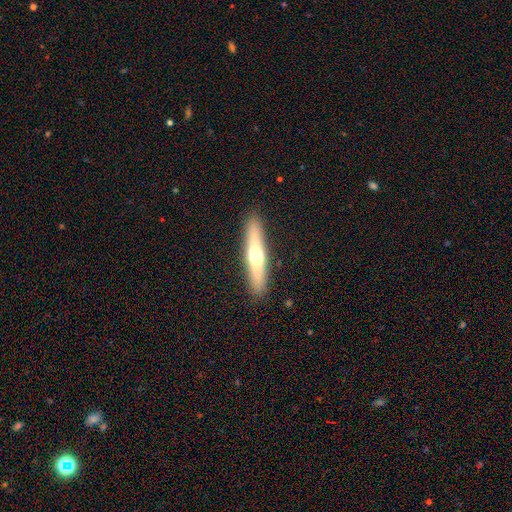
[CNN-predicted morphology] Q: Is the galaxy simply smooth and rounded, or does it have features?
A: featured or disk — 48%.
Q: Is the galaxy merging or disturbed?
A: none — 90%.